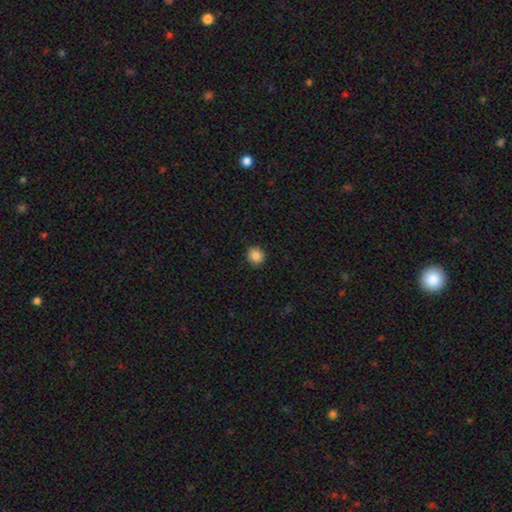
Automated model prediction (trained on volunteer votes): The model was most divided on "smooth or featured": smooth: 86%, star or artifact: 10%, featured or disk: 4%. More confident: merging — none (91%); how rounded — round (88%).